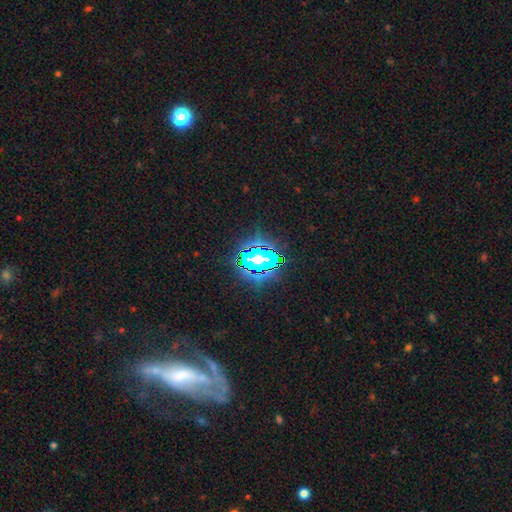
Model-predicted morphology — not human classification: Smooth or featured: star or artifact — 68% (smooth — 19%)